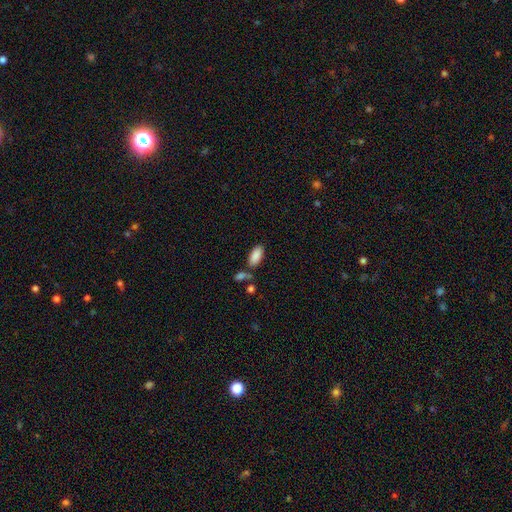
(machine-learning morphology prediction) smooth-or-featured: smooth: 88% | star or artifact: 7% | featured or disk: 5%
  how-rounded: in between: 90% | cigar-shaped: 8% | round: 2%
  merging: none: 69% | merger: 14% | minor disturbance: 13% | major disturbance: 4%